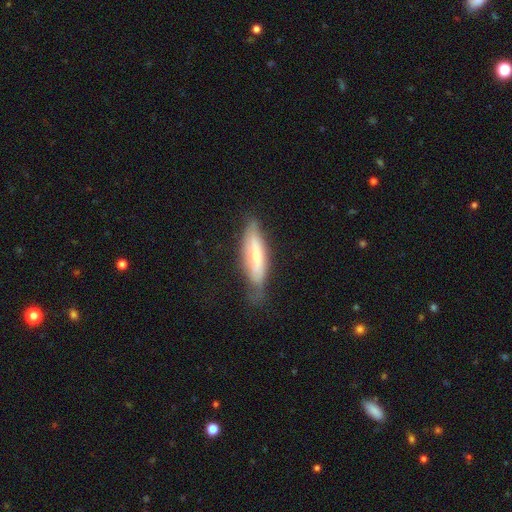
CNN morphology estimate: featured or disk 50%, smooth 44%, star or artifact 6%. Down the decision tree: merging — none (59%).